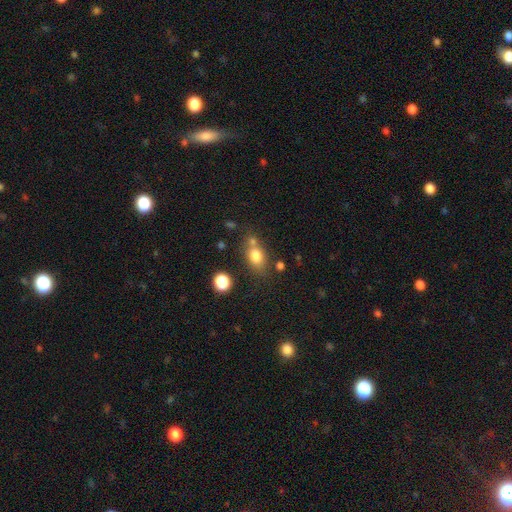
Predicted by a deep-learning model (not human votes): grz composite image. It shows a smooth galaxy with no disk features (78%) that is in between round and cigar-shaped (66%). Merging: none (57%).